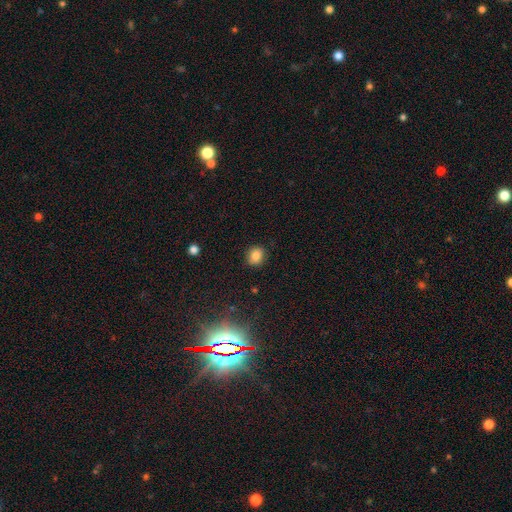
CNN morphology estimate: Smooth or featured?
  - smooth: 83% *
  - star or artifact: 11%
  - featured or disk: 6%
How rounded?
  - round: 74% *
  - in between: 25%
  - cigar-shaped: 1%
Merging?
  - none: 88% *
  - minor disturbance: 9%
  - major disturbance: 2%
  - merger: 1%